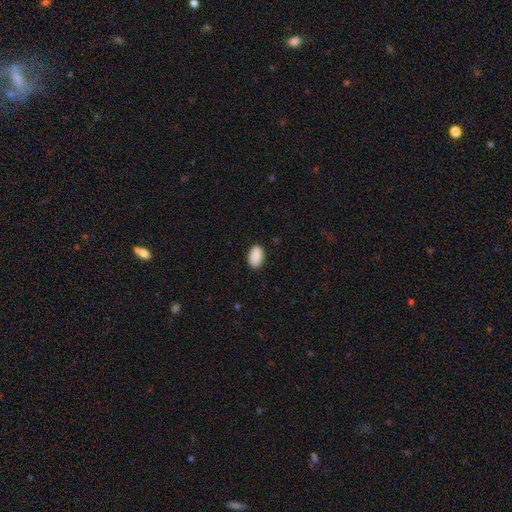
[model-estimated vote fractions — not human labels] Overall: smooth (91%). How rounded: in between (93%). Merging: none (88%).